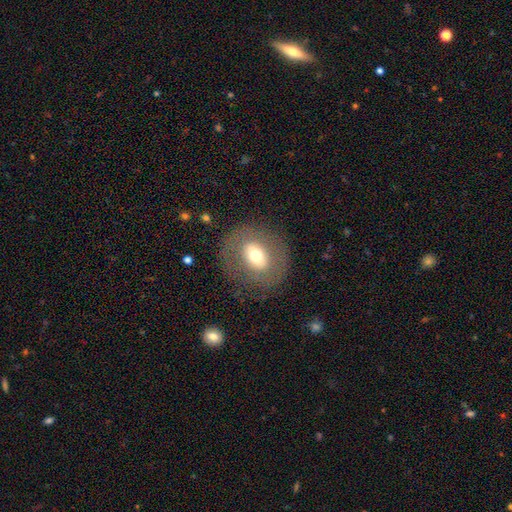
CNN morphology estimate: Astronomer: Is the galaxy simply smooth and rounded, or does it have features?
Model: smooth — 51% (runner-up: featured or disk, 40%).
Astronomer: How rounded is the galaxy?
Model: round — 61% (runner-up: in between, 38%).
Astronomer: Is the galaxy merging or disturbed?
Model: none — 80%.